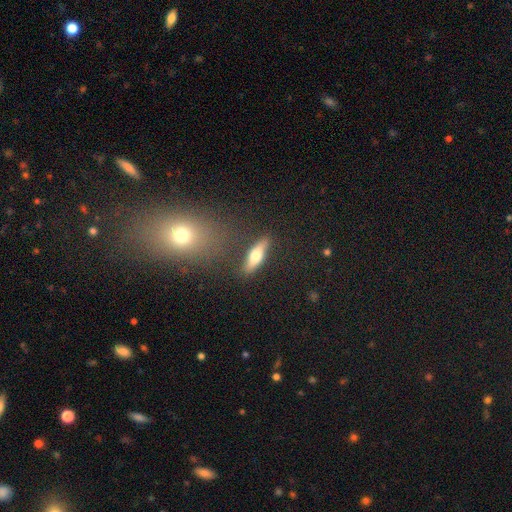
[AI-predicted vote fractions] This is possibly a smooth galaxy (54%). How rounded: possibly cigar-shaped (58%). Merging: clearly none (81%).